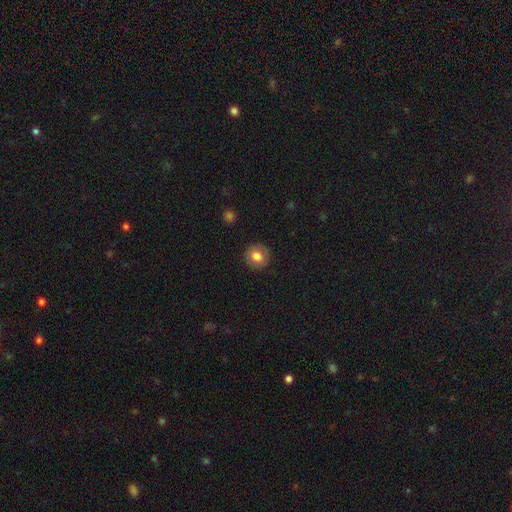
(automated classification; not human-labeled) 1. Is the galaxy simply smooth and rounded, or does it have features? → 78% smooth, 13% featured or disk, 9% star or artifact.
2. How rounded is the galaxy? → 88% round, 11% in between, 1% cigar-shaped.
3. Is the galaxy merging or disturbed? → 88% none, 8% minor disturbance, 2% major disturbance, 1% merger.